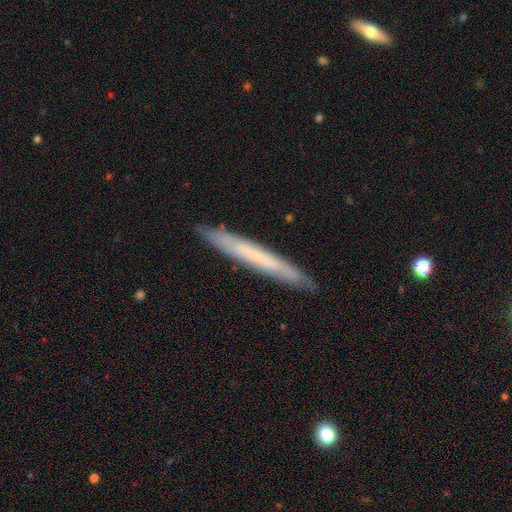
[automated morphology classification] A smooth galaxy with no disk features (49%). Merging: none (88%).